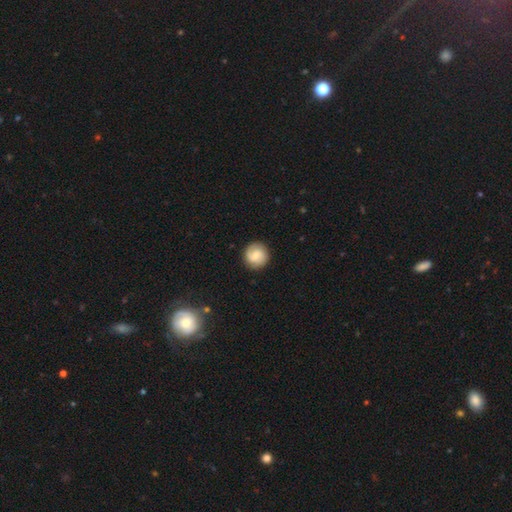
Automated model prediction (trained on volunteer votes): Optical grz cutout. It shows a smooth galaxy with no disk features (56%) that is round (93%). Merging: none (88%).